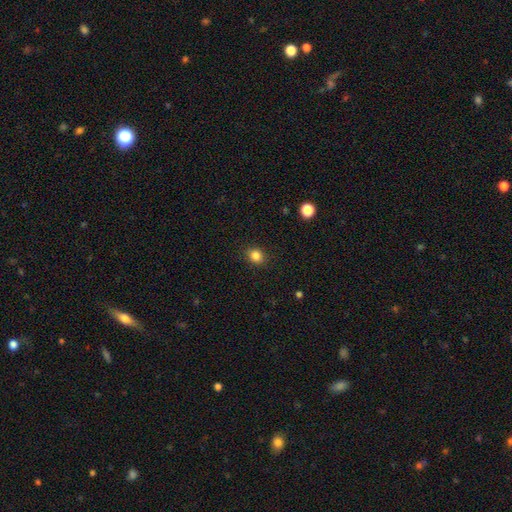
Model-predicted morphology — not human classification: Smooth or featured? Predicted: smooth (p=0.84). How rounded? Predicted: round (p=0.68). Merging? Predicted: none (p=0.89).